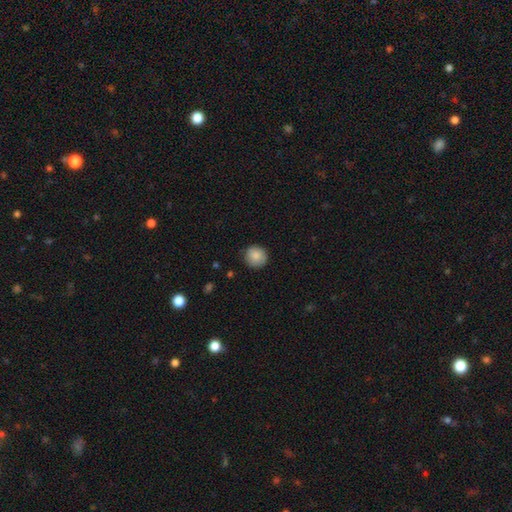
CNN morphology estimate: Smooth or featured: smooth — 85% (star or artifact — 8%)
How rounded: round — 91% (in between — 8%)
Merging: none — 85% (minor disturbance — 12%)